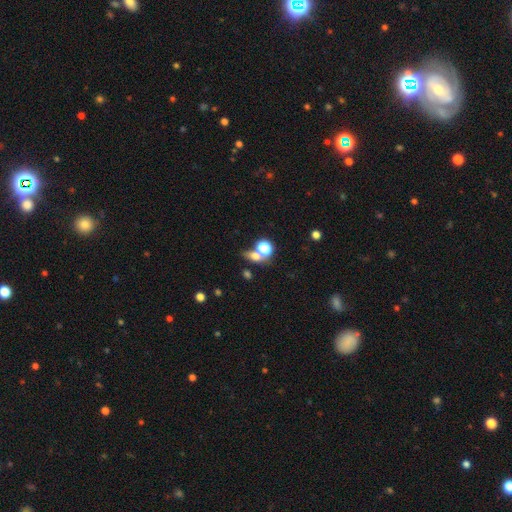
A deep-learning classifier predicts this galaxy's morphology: Smooth or featured? smooth (64%)
How rounded? in between (52%)
Merging? none (47%)